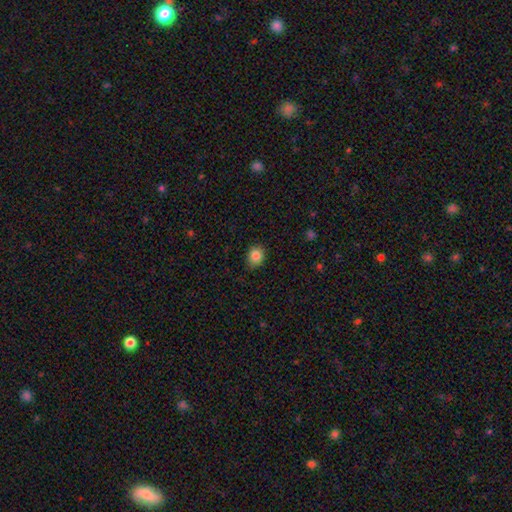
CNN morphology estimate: A smooth galaxy with no disk features (85%) that is round (56%).

Vote fractions:
- Smooth or featured? smooth: 85% / star or artifact: 10% / featured or disk: 6%
- How rounded? round: 56% / in between: 43% / cigar-shaped: 1%
- Merging? none: 83% / minor disturbance: 13% / major disturbance: 2% / merger: 1%